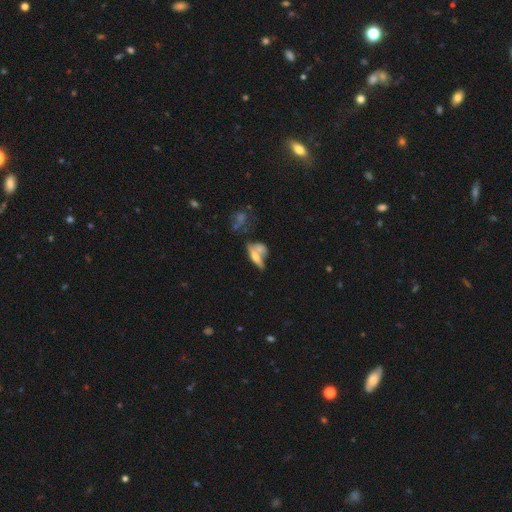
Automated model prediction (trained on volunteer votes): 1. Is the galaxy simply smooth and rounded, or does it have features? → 49% smooth, 40% featured or disk, 10% star or artifact.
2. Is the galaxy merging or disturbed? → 42% merger, 33% none, 14% minor disturbance, 11% major disturbance.